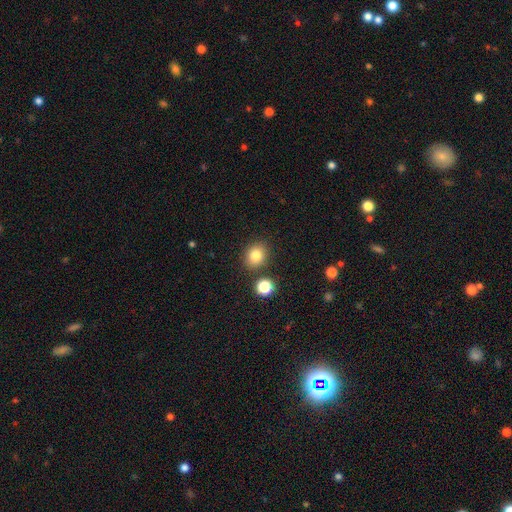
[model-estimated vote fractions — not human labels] This appears to be a smooth galaxy with no disk features (82%) that is round (66%). Merging: none (82%).